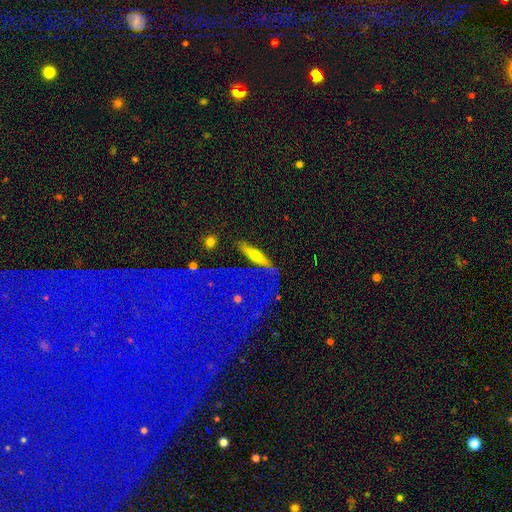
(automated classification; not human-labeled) Smooth or featured? Predicted: smooth (p=0.46). Merging? Predicted: none (p=0.71).